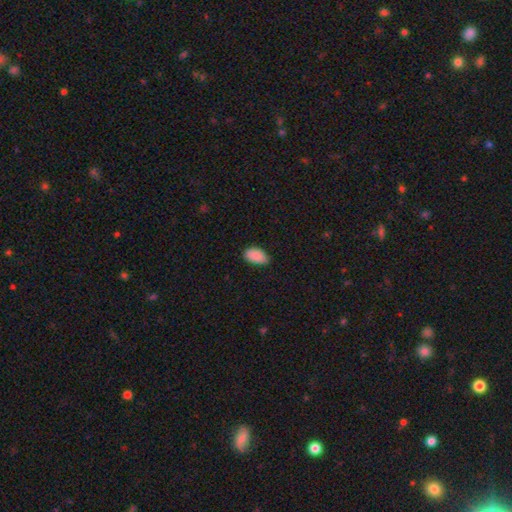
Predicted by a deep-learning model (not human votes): A smooth galaxy with no disk features (89%) that is in between round and cigar-shaped (94%).

Vote fractions:
- Smooth or featured? smooth: 89% / star or artifact: 7% / featured or disk: 4%
- How rounded? in between: 94% / round: 5% / cigar-shaped: 2%
- Merging? none: 67% / minor disturbance: 28% / major disturbance: 3% / merger: 1%